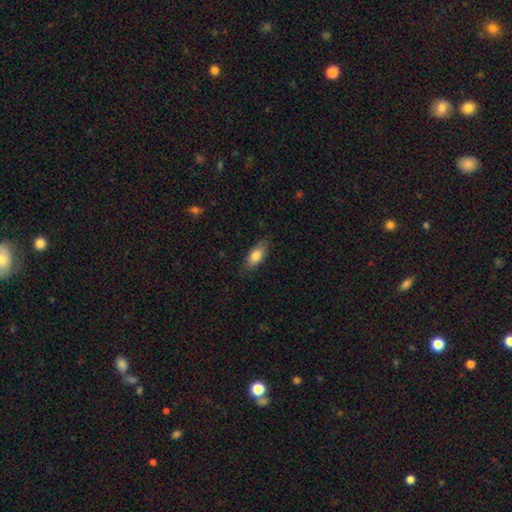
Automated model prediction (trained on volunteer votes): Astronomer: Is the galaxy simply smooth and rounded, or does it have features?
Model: smooth — 79%.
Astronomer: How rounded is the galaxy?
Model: in between — 81%.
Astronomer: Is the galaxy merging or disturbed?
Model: none — 81%.